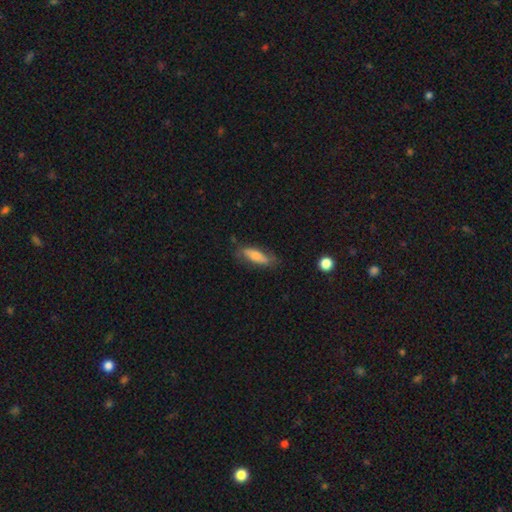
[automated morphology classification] Q: Smooth or featured?
A: smooth (62%); runner-up: featured or disk (31%)
Q: How rounded?
A: in between (51%); runner-up: cigar-shaped (47%)
Q: Merging?
A: none (73%); runner-up: minor disturbance (20%)